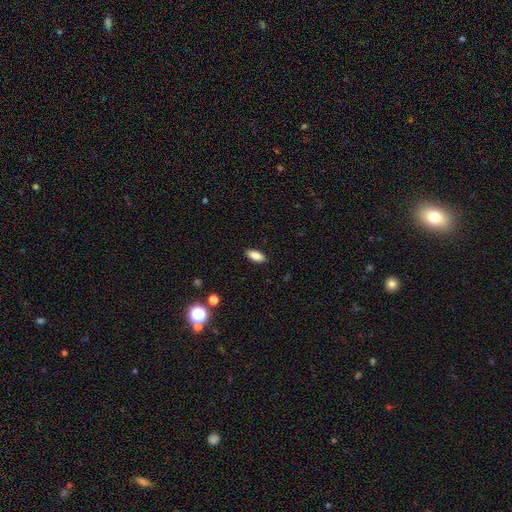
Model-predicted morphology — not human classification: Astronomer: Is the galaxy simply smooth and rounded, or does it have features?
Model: smooth — 84%.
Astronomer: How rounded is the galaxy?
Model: in between — 84%.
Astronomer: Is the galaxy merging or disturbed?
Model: none — 89%.